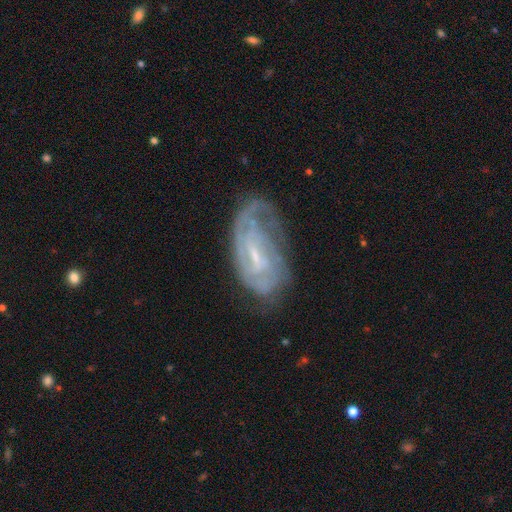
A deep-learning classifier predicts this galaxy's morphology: smooth-or-featured: featured or disk: 77% | smooth: 15% | star or artifact: 7%
  disk-edge-on: no: 94% | yes: 6%
    bar: weak: 54% | no: 28% | strong: 18%
    has-spiral-arms: yes: 86% | no: 14%
      spiral-winding: tight: 56% | medium: 33% | loose: 12%
      spiral-arm-count: can't tell: 45% | 2: 28% | 3: 10% | 1: 9% | 4: 4% | more than 4: 3%
    bulge-size: small: 61% | moderate: 24% | none: 12% | large: 2% | dominant: 1%
  merging: none: 54% | minor disturbance: 26% | major disturbance: 18% | merger: 2%